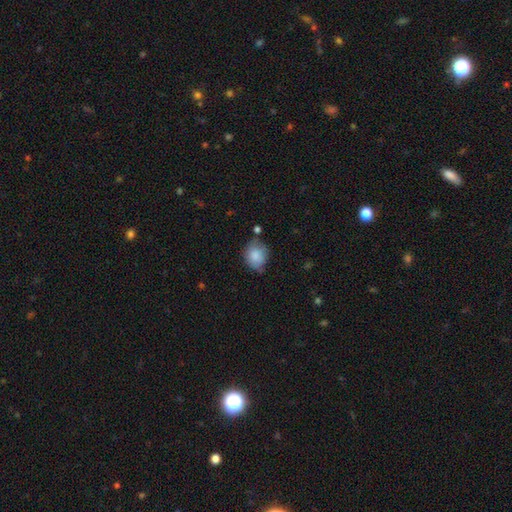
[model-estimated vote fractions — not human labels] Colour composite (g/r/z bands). It shows a smooth galaxy with no disk features (84%) that is round (54%). Merging: none (58%).